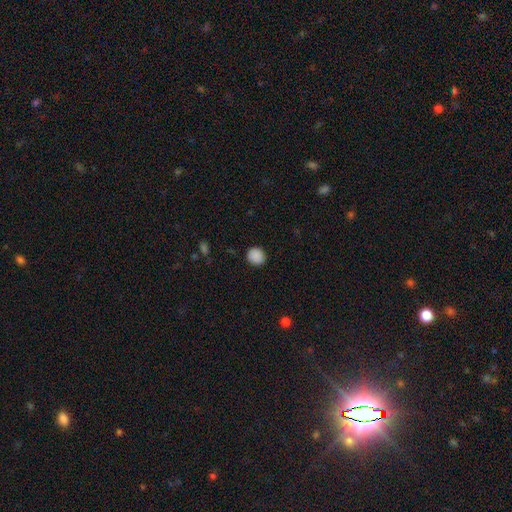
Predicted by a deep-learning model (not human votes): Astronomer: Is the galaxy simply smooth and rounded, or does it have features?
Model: smooth — 89%.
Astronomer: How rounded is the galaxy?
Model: round — 82%.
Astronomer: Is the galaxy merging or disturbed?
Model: none — 89%.